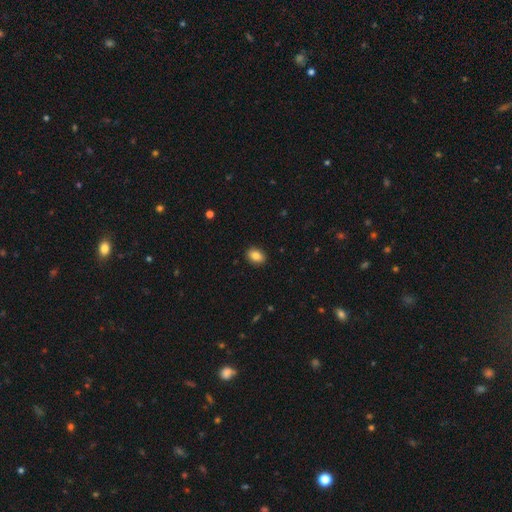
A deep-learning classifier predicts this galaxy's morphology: Smooth or featured: smooth — 85% (star or artifact — 8%)
How rounded: in between — 78% (round — 21%)
Merging: none — 90% (minor disturbance — 7%)